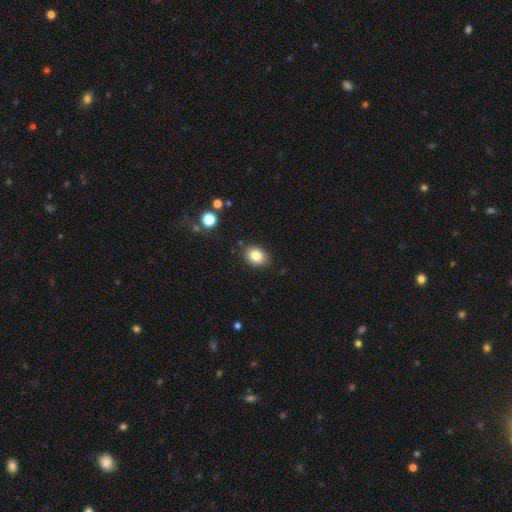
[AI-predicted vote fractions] Smooth or featured? Predicted: smooth (p=0.82). How rounded? Predicted: in between (p=0.75). Merging? Predicted: none (p=0.85).